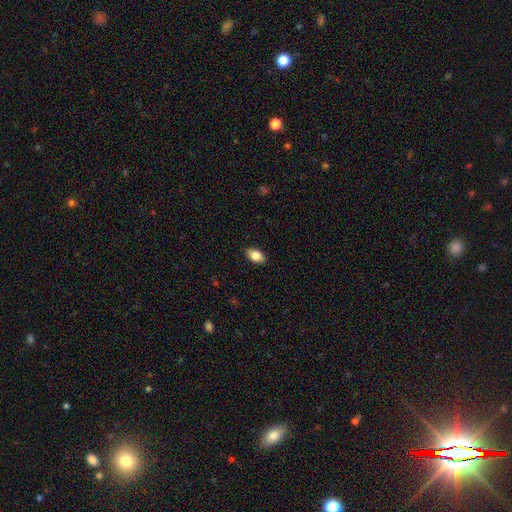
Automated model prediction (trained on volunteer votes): This appears to be a smooth galaxy with no disk features (83%) that is in between round and cigar-shaped (90%). Merging: none (88%).